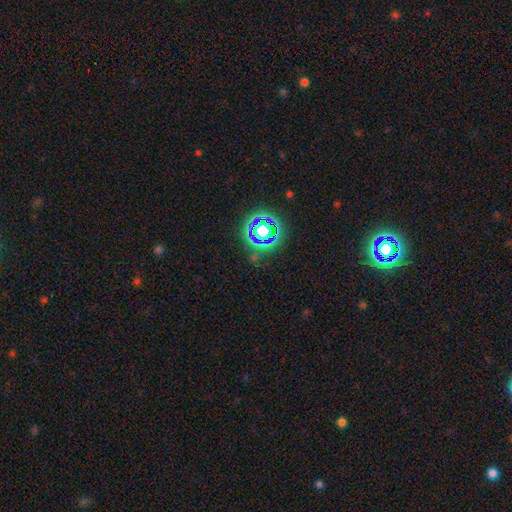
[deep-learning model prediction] Morphology: type=star or artifact (71%).